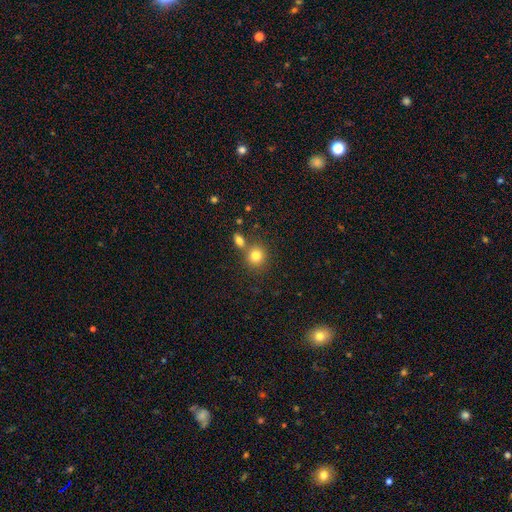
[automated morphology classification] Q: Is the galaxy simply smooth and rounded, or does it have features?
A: smooth — 81%.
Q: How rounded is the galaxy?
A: round — 83%.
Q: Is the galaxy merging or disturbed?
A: none — 63%.